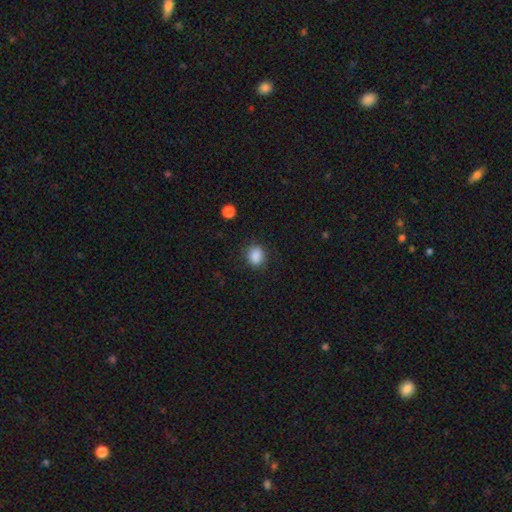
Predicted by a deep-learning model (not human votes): Morphology: type=smooth (87%); roundness=round (57%); merging=none (82%).